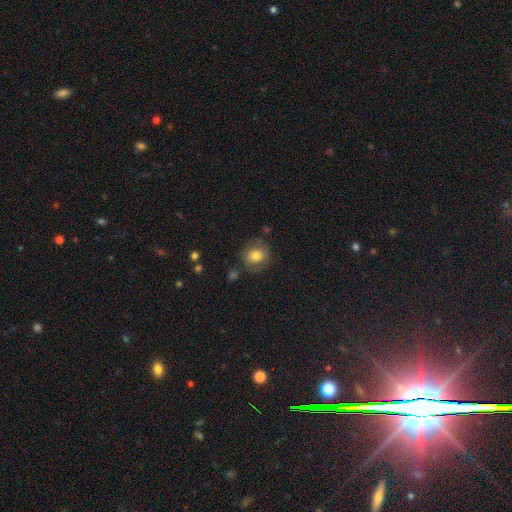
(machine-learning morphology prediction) A smooth galaxy with no disk features (68%) that is round (75%).

Vote fractions:
- Smooth or featured? smooth: 68% / featured or disk: 22% / star or artifact: 10%
- How rounded? round: 75% / in between: 24% / cigar-shaped: 1%
- Merging? none: 71% / minor disturbance: 18% / major disturbance: 8% / merger: 3%